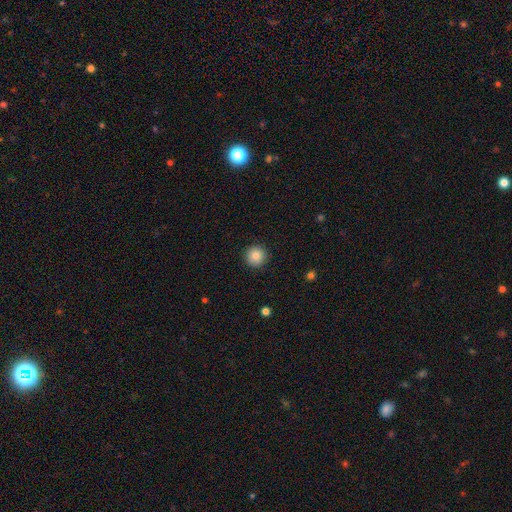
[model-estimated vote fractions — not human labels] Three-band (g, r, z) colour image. It shows a smooth galaxy with no disk features (86%) that is round (95%). Merging: none (92%).